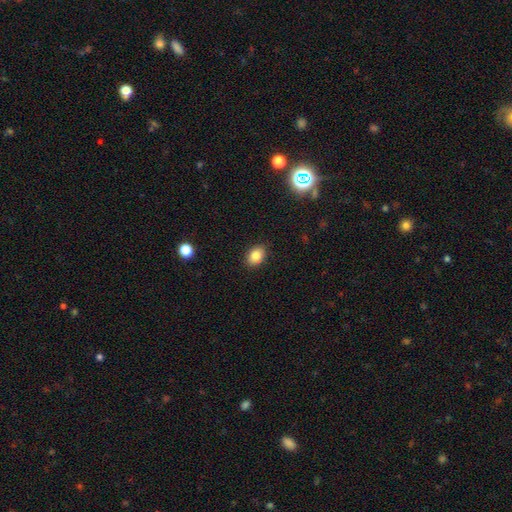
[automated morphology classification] smooth-or-featured: smooth: 84% | star or artifact: 10% | featured or disk: 6%
  how-rounded: in between: 73% | round: 26% | cigar-shaped: 1%
  merging: none: 88% | minor disturbance: 9% | major disturbance: 2% | merger: 1%